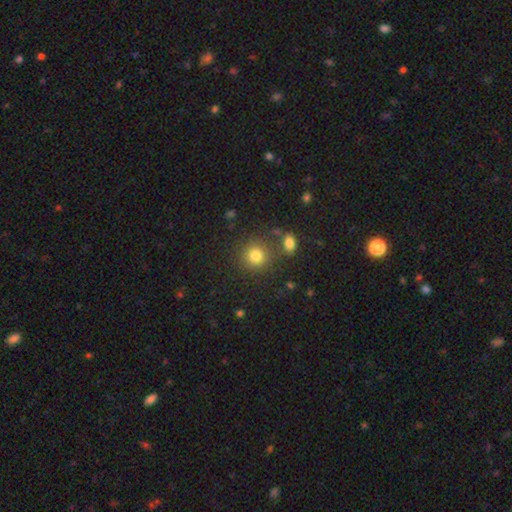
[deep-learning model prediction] A smooth galaxy with no disk features (81%) that is round (88%). Merging: none (80%).